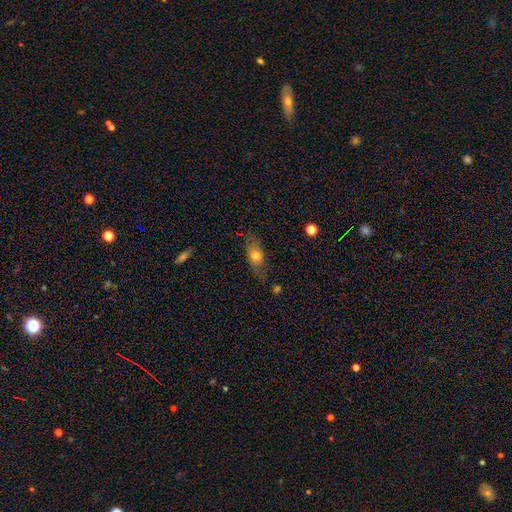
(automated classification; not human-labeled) Q: Smooth or featured?
A: smooth (66%); runner-up: featured or disk (25%)
Q: How rounded?
A: in between (73%); runner-up: round (15%)
Q: Merging?
A: none (64%); runner-up: minor disturbance (24%)